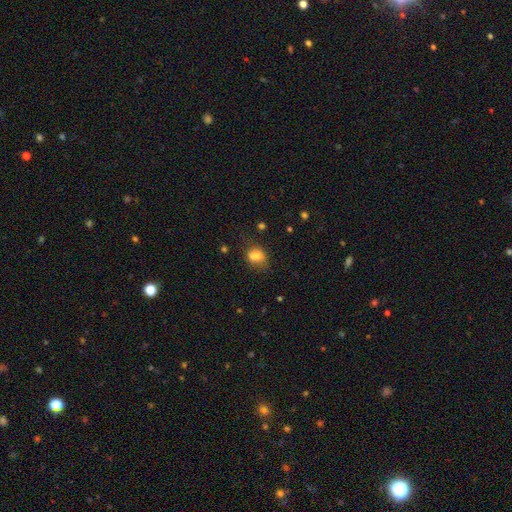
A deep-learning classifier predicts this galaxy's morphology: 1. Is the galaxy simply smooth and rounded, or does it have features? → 72% smooth, 15% featured or disk, 12% star or artifact.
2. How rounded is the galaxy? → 59% in between, 40% round, 2% cigar-shaped.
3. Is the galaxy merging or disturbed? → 42% none, 28% merger, 21% minor disturbance, 10% major disturbance.